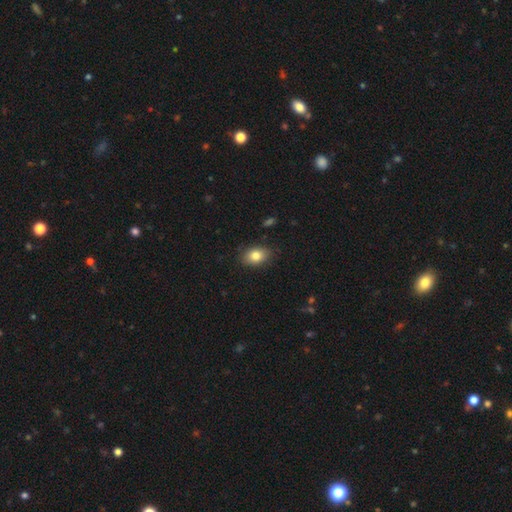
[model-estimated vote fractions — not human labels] The model was most divided on "how rounded": in between: 81%, round: 17%, cigar-shaped: 1%. More confident: merging — none (85%); smooth or featured — smooth (82%).